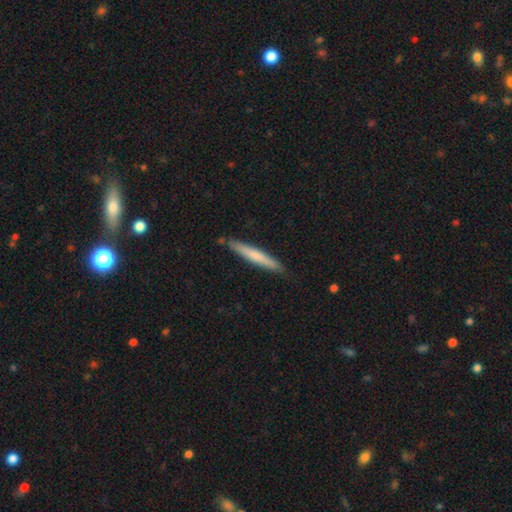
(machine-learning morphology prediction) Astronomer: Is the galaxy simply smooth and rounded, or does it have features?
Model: smooth — 65%.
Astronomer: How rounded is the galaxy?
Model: cigar-shaped — 96%.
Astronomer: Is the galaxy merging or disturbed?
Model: none — 86%.